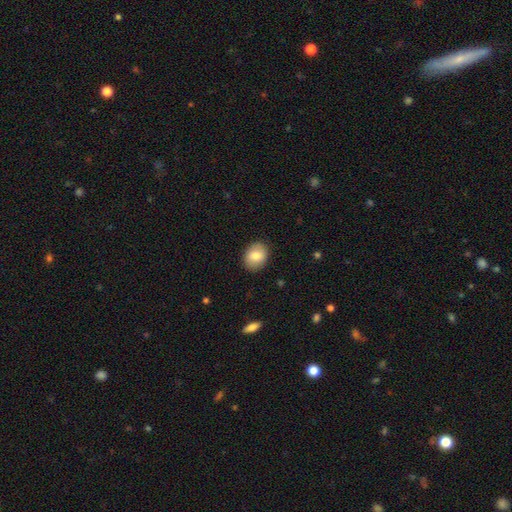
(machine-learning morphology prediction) Smooth or featured? Predicted: smooth (p=0.81). How rounded? Predicted: in between (p=0.60). Merging? Predicted: none (p=0.87).